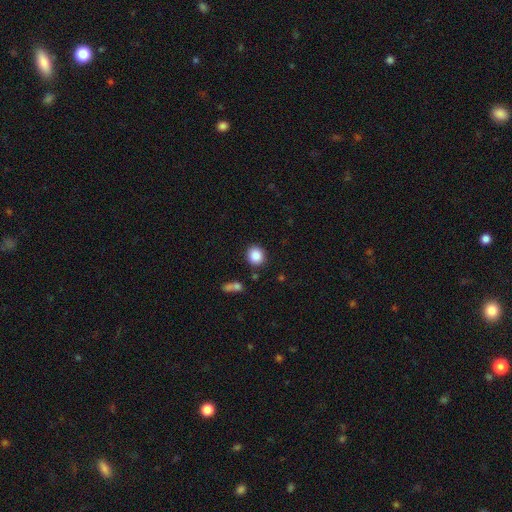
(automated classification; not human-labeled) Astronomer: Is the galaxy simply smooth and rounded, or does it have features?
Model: smooth — 87%.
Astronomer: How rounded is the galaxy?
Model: round — 80%.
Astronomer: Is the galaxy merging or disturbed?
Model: none — 85%.